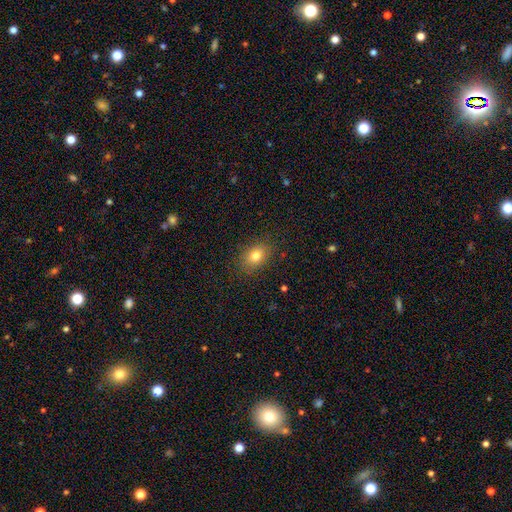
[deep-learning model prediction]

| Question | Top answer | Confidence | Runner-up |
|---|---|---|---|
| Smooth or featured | smooth | 80% | star or artifact (11%) |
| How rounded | in between | 72% | round (26%) |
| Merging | none | 86% | minor disturbance (10%) |